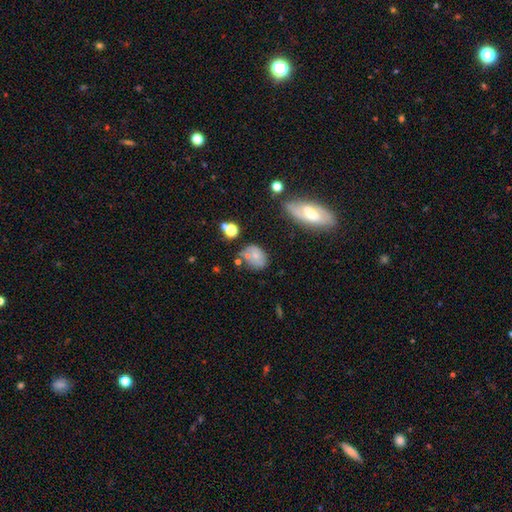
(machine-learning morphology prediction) Overall: smooth (57%; featured or disk 29%). How rounded: in between (56%; round 42%). Merging: none (55%; minor disturbance 23%).